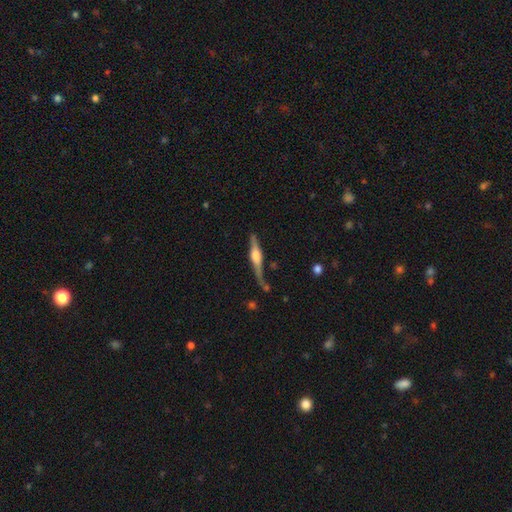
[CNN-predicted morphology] A featured or disk galaxy (73%) viewed edge-on (96%) with a rounded central bulge (78%). Merging: none (67%).